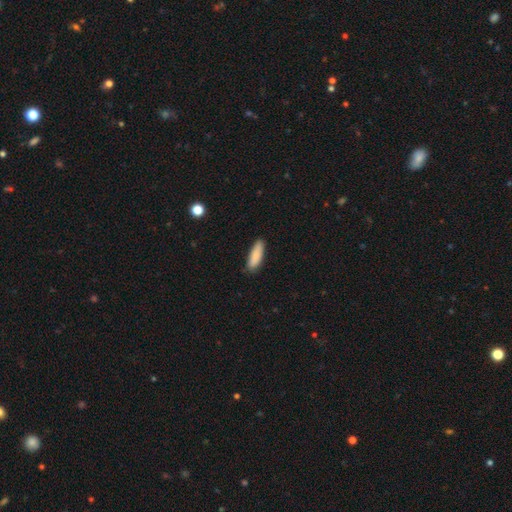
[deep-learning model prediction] Q: Smooth or featured?
A: smooth (88%); runner-up: featured or disk (6%)
Q: How rounded?
A: cigar-shaped (53%); runner-up: in between (45%)
Q: Merging?
A: none (84%); runner-up: minor disturbance (13%)